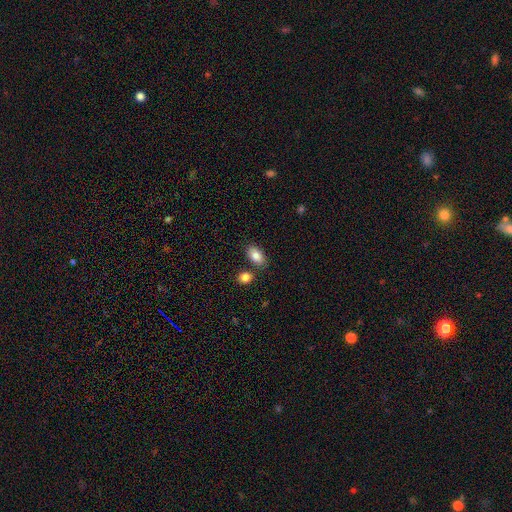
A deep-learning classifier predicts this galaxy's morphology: Q: Smooth or featured?
A: smooth (85%); runner-up: featured or disk (8%)
Q: How rounded?
A: in between (92%); runner-up: round (6%)
Q: Merging?
A: none (75%); runner-up: merger (11%)